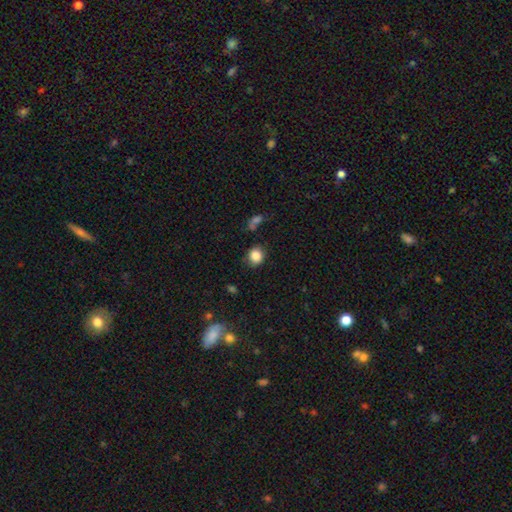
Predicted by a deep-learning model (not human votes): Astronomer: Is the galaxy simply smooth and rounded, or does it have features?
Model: smooth — 85%.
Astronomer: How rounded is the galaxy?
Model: round — 78%.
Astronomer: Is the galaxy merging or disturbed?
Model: none — 76%.